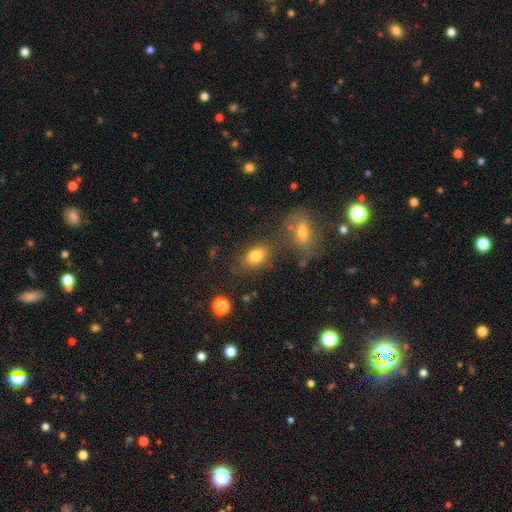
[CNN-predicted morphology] type=smooth (79%); roundness=in between (81%); merging=none (65%).